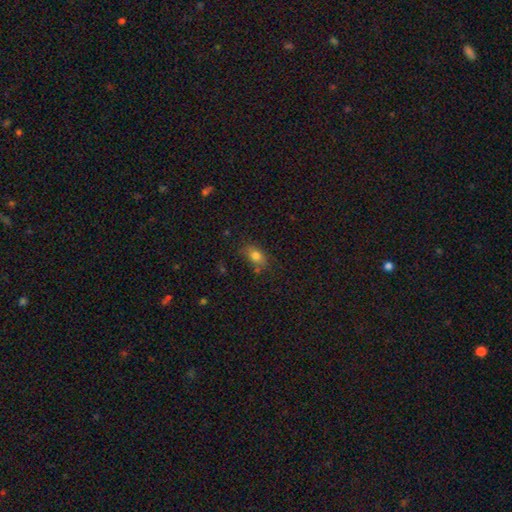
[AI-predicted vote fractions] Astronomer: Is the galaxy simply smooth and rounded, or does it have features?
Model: smooth — 81%.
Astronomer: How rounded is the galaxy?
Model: in between — 78%.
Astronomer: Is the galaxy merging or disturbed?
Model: none — 68%.